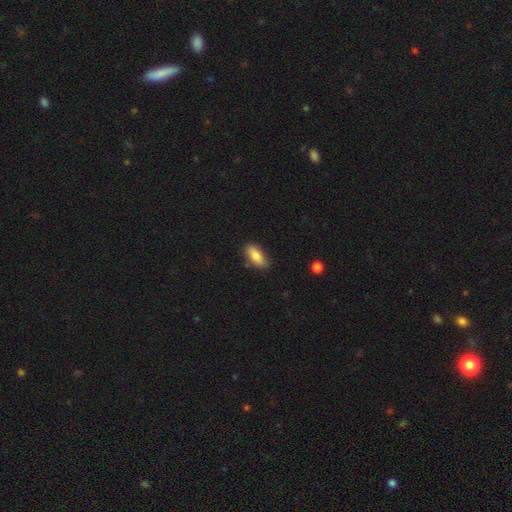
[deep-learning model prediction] smooth_or_featured: smooth (p=0.82) [alt: featured or disk p=0.11]
how_rounded: in between (p=0.85) [alt: cigar-shaped p=0.12]
merging: none (p=0.78) [alt: minor disturbance p=0.17]